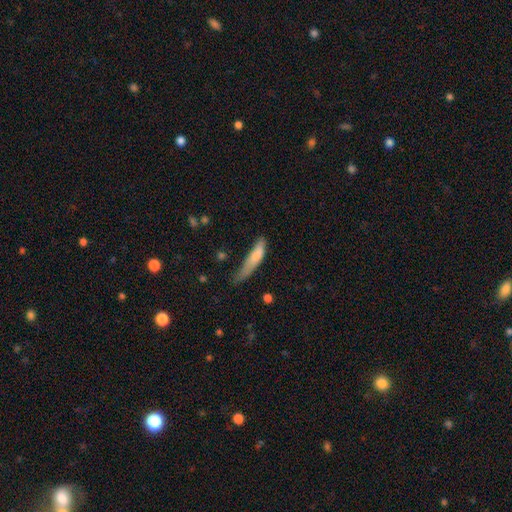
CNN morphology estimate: This is likely a smooth galaxy (76%). How rounded: likely cigar-shaped (77%). Merging: marginally minor disturbance (40%).